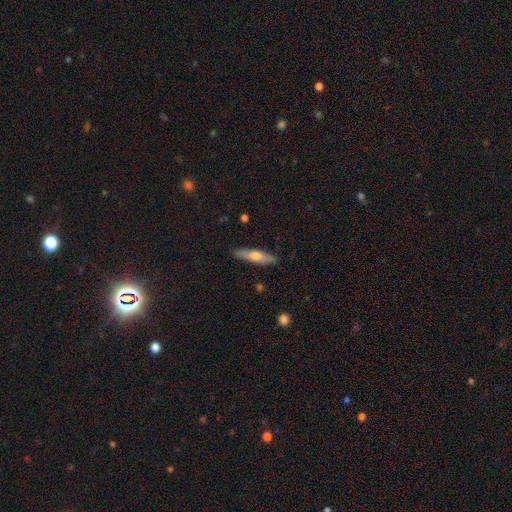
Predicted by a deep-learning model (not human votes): Q: Smooth or featured?
A: smooth (54%); runner-up: featured or disk (40%)
Q: How rounded?
A: cigar-shaped (78%); runner-up: in between (20%)
Q: Merging?
A: none (88%); runner-up: minor disturbance (9%)